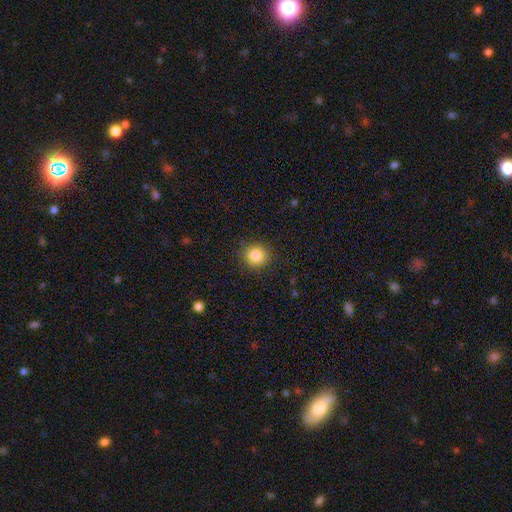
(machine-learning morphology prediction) This is clearly a smooth galaxy (85%). How rounded: clearly round (91%). Merging: clearly none (90%).